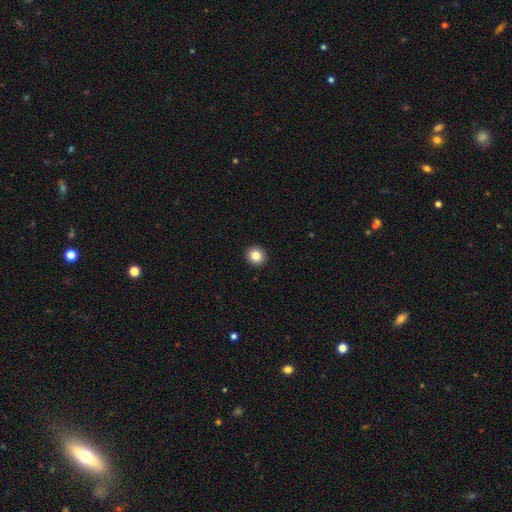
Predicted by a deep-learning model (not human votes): The model was most divided on "smooth or featured": smooth: 85%, star or artifact: 10%, featured or disk: 5%. More confident: merging — none (93%); how rounded — round (92%).